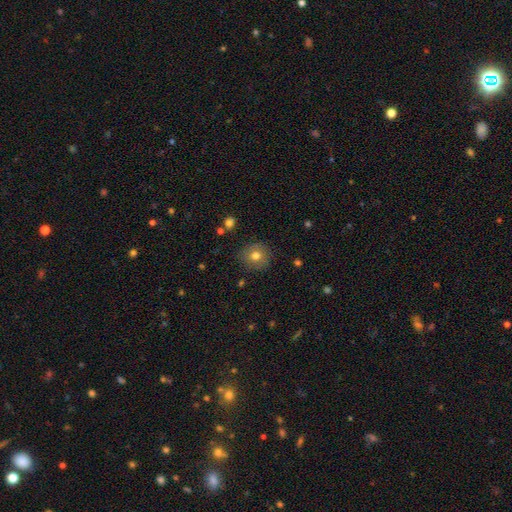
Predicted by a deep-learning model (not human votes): This is likely a smooth galaxy (76%). How rounded: clearly round (90%). Merging: clearly none (87%).